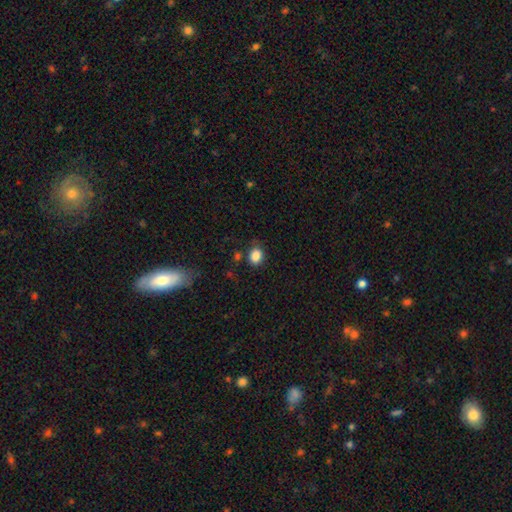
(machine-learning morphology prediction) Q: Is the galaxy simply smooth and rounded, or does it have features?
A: smooth — 86%.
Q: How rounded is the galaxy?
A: round — 60%.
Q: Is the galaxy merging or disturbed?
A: none — 75%.